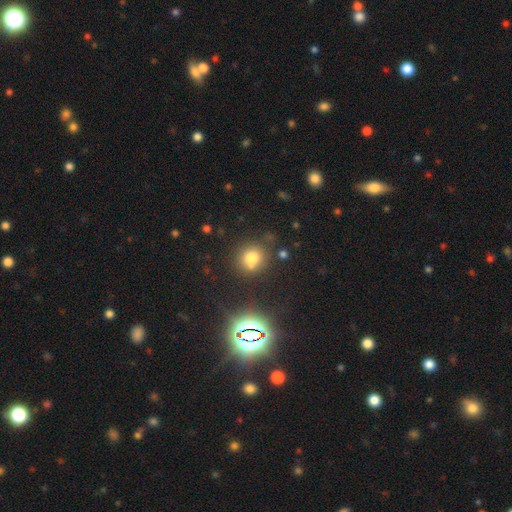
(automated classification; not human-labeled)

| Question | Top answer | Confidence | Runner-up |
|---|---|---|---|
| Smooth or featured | smooth | 71% | star or artifact (19%) |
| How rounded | round | 82% | in between (17%) |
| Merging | none | 64% | merger (17%) |